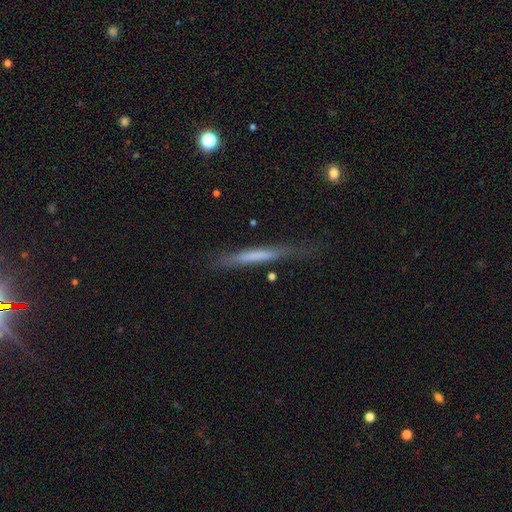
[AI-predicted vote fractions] Smooth or featured?
  - smooth: 56% *
  - featured or disk: 36%
  - star or artifact: 7%
How rounded?
  - cigar-shaped: 95% *
  - in between: 4%
  - round: 1%
Merging?
  - none: 68% *
  - minor disturbance: 22%
  - major disturbance: 8%
  - merger: 2%